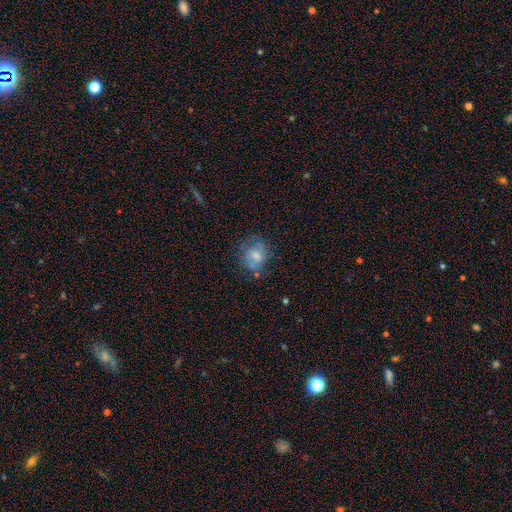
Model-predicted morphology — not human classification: Q: Smooth or featured?
A: smooth (54%); runner-up: featured or disk (36%)
Q: How rounded?
A: round (57%); runner-up: in between (42%)
Q: Merging?
A: none (53%); runner-up: minor disturbance (27%)